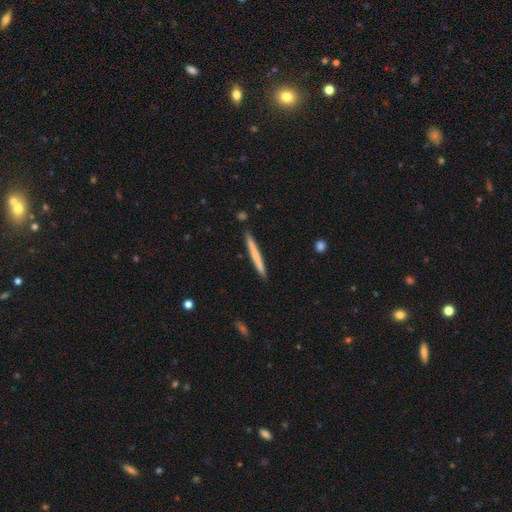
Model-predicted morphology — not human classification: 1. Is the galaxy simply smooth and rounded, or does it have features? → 63% smooth, 32% featured or disk, 5% star or artifact.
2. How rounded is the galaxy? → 97% cigar-shaped, 2% in between, 1% round.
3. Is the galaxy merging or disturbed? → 91% none, 6% minor disturbance, 1% merger, 1% major disturbance.